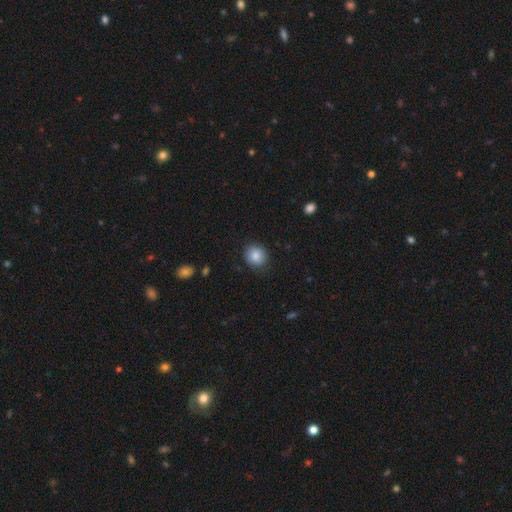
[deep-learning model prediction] smooth 85%, star or artifact 9%, featured or disk 6%. Down the decision tree: how rounded — round (83%); merging — none (87%).